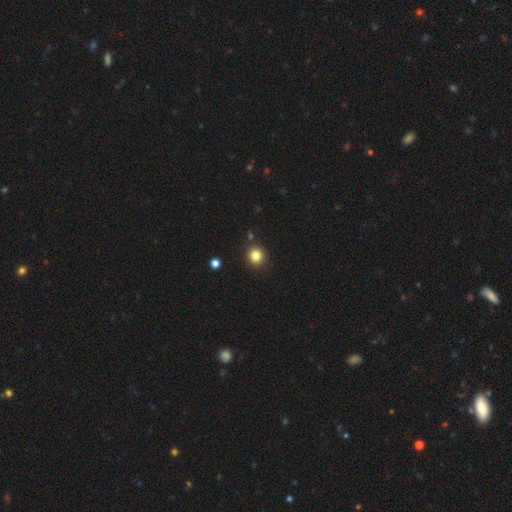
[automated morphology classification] Smooth or featured? smooth (83%)
How rounded? round (88%)
Merging? none (88%)